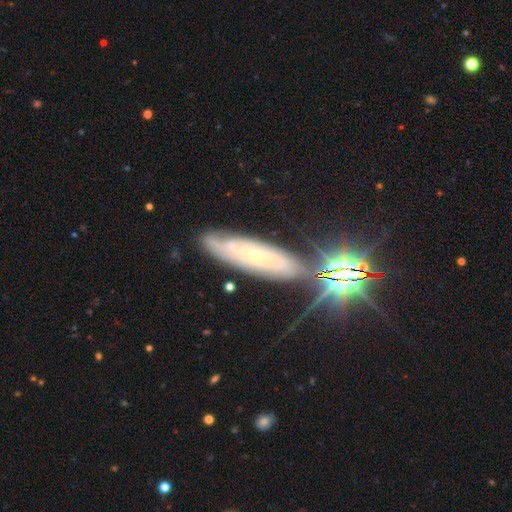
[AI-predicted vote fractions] Overall: featured or disk (66%). Edge-on disk: no (72%). Merging: none (76%).